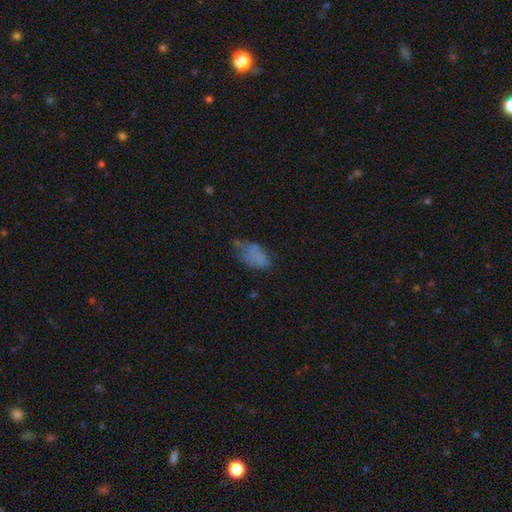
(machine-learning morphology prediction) smooth-or-featured: smooth: 66% | featured or disk: 21% | star or artifact: 14%
  how-rounded: in between: 91% | round: 6% | cigar-shaped: 3%
  merging: none: 39% | minor disturbance: 32% | major disturbance: 23% | merger: 6%